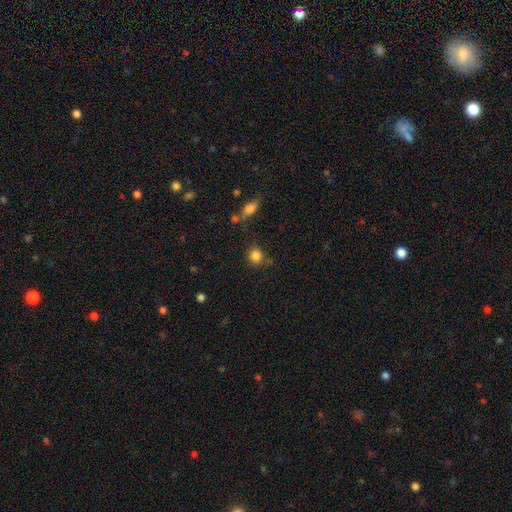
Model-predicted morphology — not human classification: This appears to be a smooth galaxy with no disk features (84%) that is round (88%). Merging: none (75%).